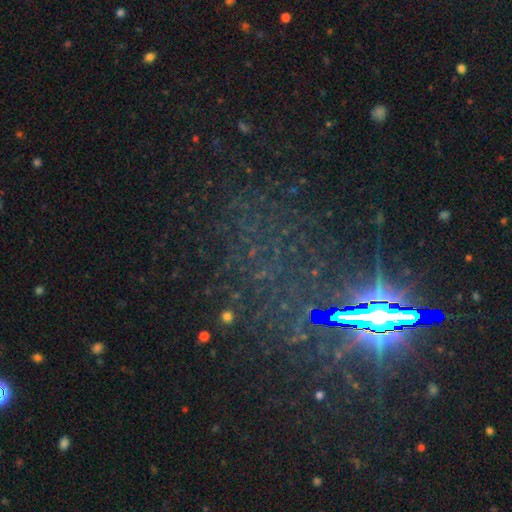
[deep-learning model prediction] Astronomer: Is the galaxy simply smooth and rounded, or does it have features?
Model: star or artifact — 74%.